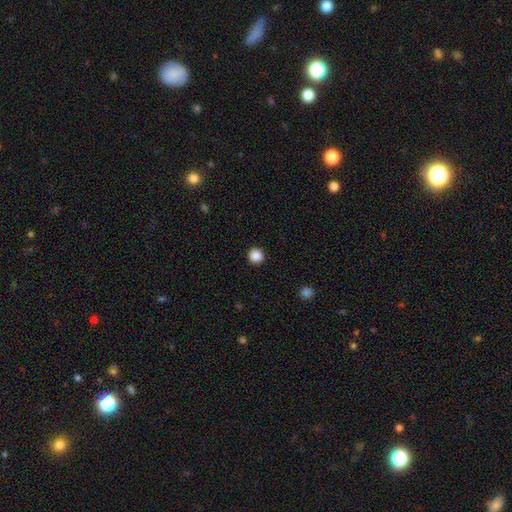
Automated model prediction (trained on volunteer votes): smooth_or_featured: smooth (p=0.88) [alt: star or artifact p=0.10]
how_rounded: round (p=0.96) [alt: in between p=0.03]
merging: none (p=0.93) [alt: minor disturbance p=0.04]